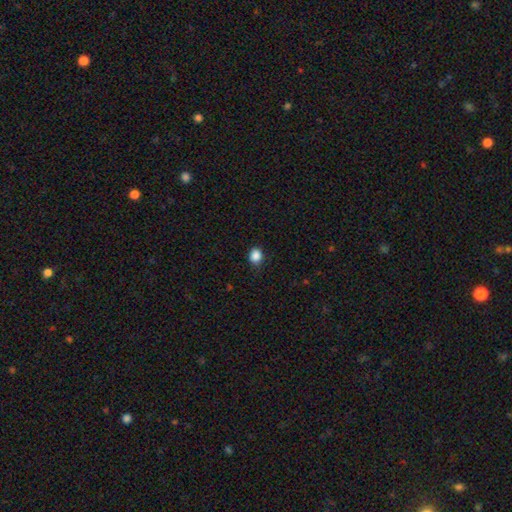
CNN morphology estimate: A smooth galaxy with no disk features (87%) that is round (63%). Merging: none (85%).